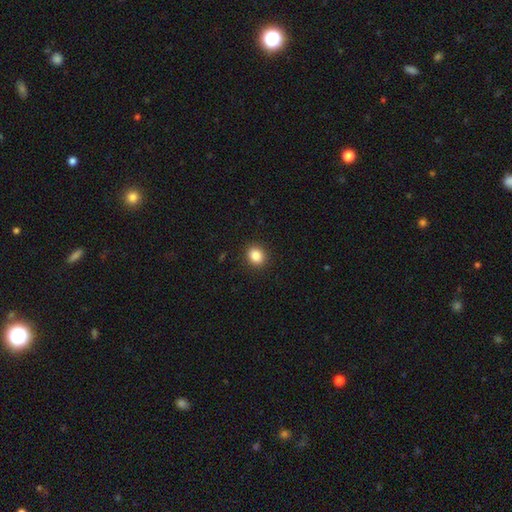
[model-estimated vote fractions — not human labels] Smooth or featured?
  - smooth: 86% *
  - star or artifact: 10%
  - featured or disk: 4%
How rounded?
  - round: 72% *
  - in between: 27%
  - cigar-shaped: 1%
Merging?
  - none: 91% *
  - minor disturbance: 6%
  - major disturbance: 2%
  - merger: 1%